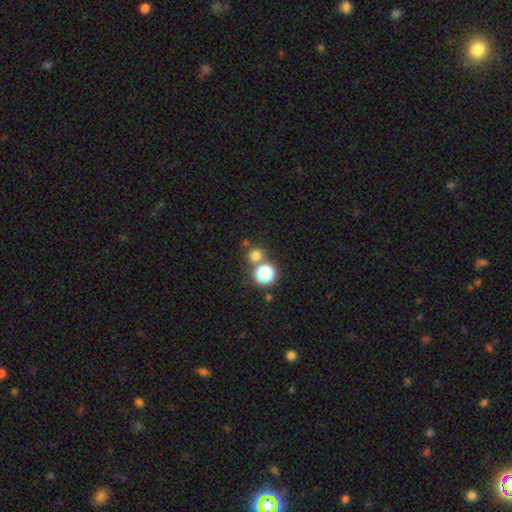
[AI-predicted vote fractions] smooth_or_featured: smooth (p=0.68) [alt: star or artifact p=0.26]
how_rounded: round (p=0.91) [alt: in between p=0.08]
merging: none (p=0.70) [alt: merger p=0.20]